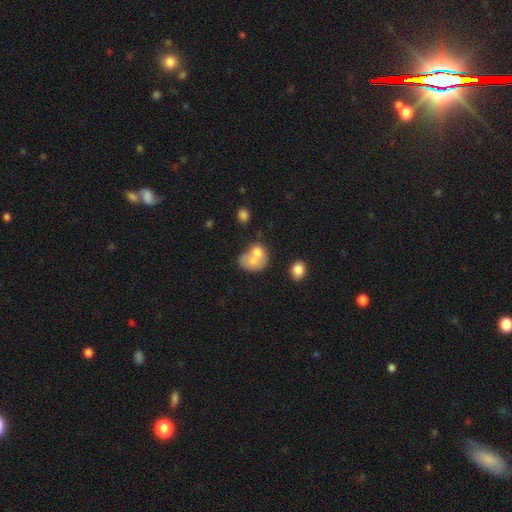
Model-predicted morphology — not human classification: type=smooth (66%); roundness=in between (51%); merging=merger (62%).